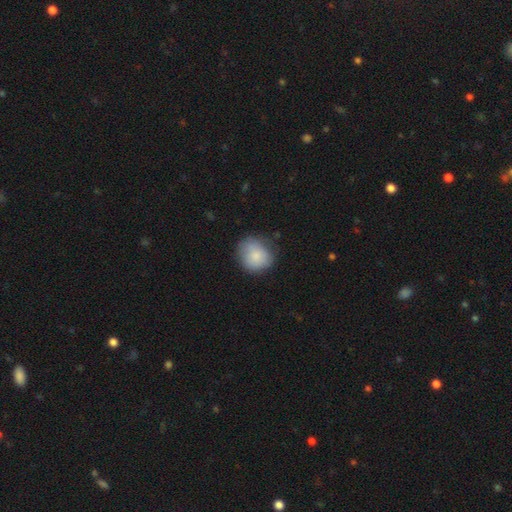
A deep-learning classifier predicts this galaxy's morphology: smooth-or-featured: smooth: 83% | featured or disk: 10% | star or artifact: 7%
  how-rounded: round: 77% | in between: 22% | cigar-shaped: 1%
  merging: none: 70% | minor disturbance: 23% | major disturbance: 6% | merger: 2%